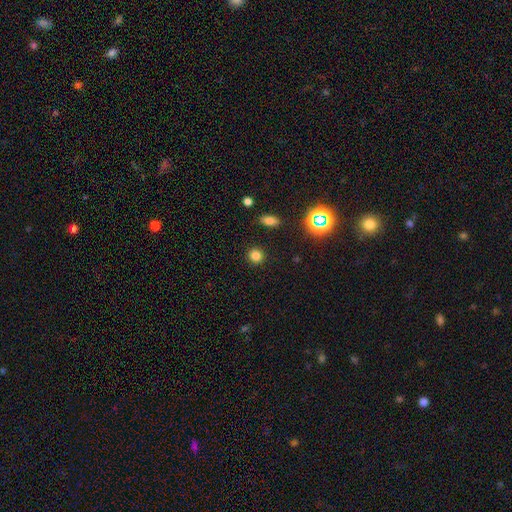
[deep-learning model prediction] The model was most divided on "smooth or featured": smooth: 79%, star or artifact: 16%, featured or disk: 5%. More confident: merging — none (90%); how rounded — round (90%).